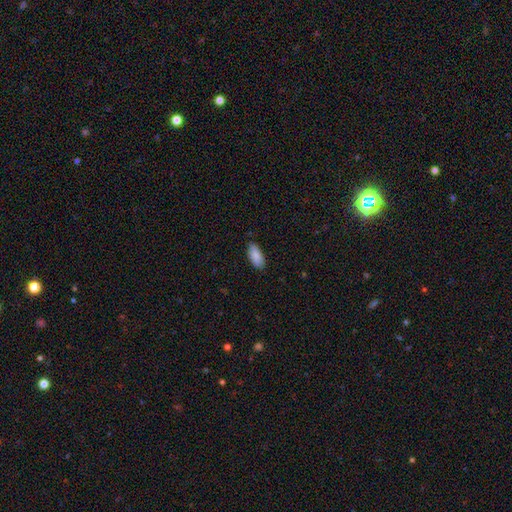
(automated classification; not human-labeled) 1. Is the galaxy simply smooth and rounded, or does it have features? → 87% smooth, 7% featured or disk, 6% star or artifact.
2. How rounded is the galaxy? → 88% in between, 11% cigar-shaped, 2% round.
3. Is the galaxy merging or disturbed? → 86% none, 12% minor disturbance, 2% major disturbance, 1% merger.